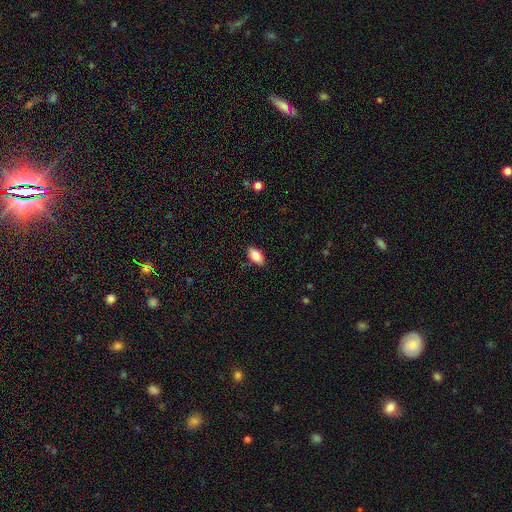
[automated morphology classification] A smooth galaxy with no disk features (80%) that is in between round and cigar-shaped (92%). Merging: none (86%).